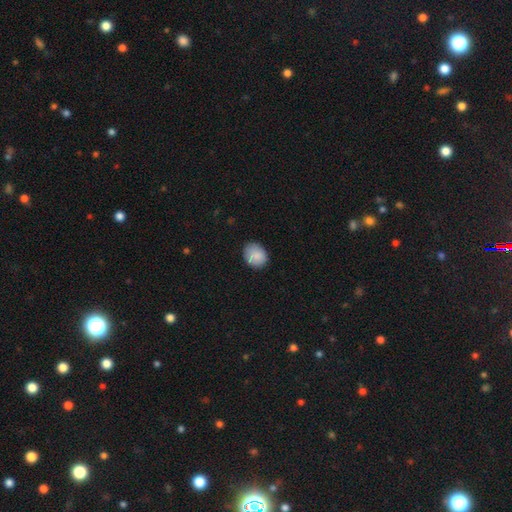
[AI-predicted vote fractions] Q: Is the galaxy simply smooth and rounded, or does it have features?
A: smooth — 85%.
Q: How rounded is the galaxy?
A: round — 55%.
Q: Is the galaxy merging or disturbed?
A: none — 76%.